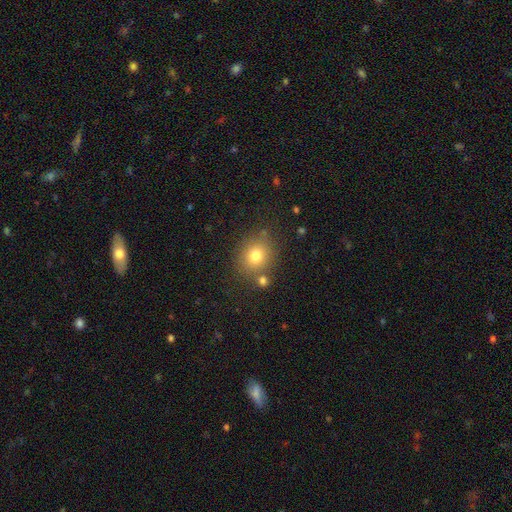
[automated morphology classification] smooth 77%, star or artifact 13%, featured or disk 10%. Down the decision tree: how rounded — round (71%); merging — none (77%).